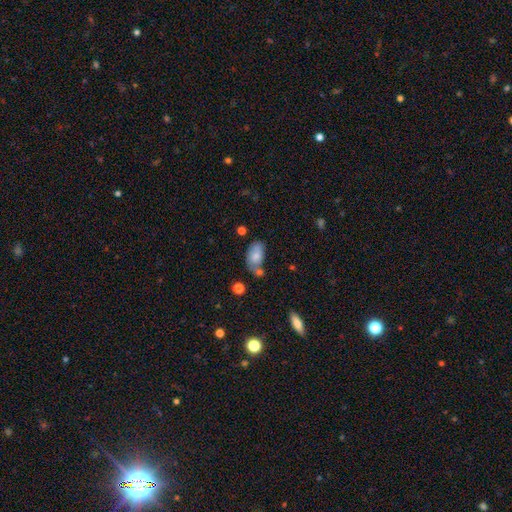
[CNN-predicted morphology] The model was most divided on "merging": none: 43%, minor disturbance: 27%, merger: 20%, major disturbance: 10%. More confident: how rounded — in between (92%); smooth or featured — smooth (74%).